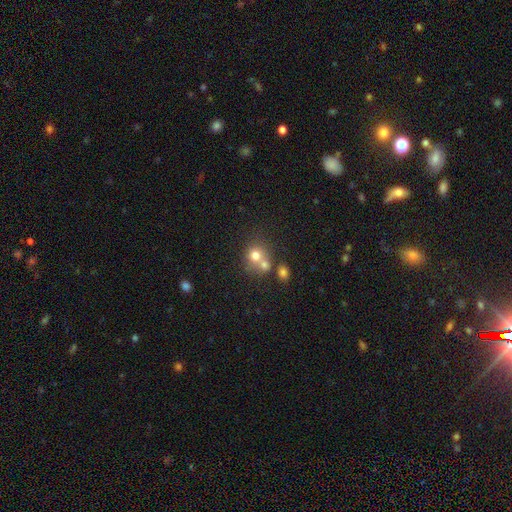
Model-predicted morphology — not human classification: A smooth galaxy with no disk features (73%) that is round (80%). Merging: merger (46%).